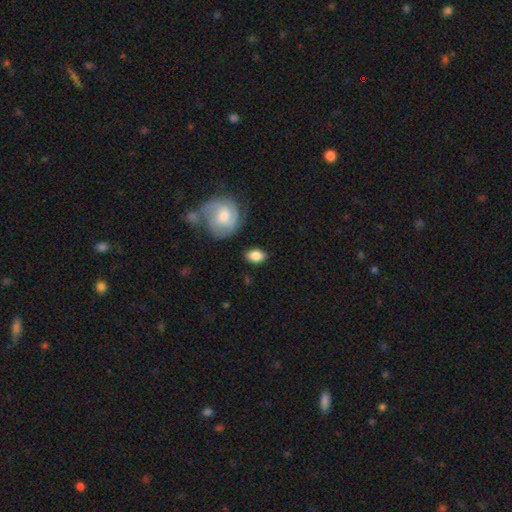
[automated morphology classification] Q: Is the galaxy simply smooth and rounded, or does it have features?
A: smooth — 83%.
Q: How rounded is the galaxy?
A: in between — 83%.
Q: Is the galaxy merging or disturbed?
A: none — 81%.